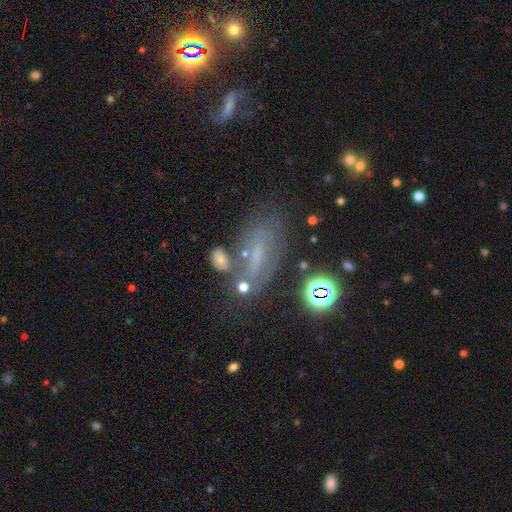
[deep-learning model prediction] smooth-or-featured: featured or disk: 37% | smooth: 35% | star or artifact: 29%
  merging: none: 52% | minor disturbance: 21% | major disturbance: 15% | merger: 12%